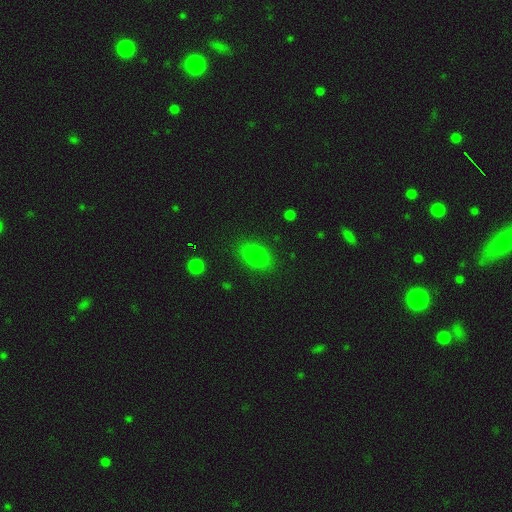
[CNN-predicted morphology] smooth 81%, star or artifact 11%, featured or disk 8%. Down the decision tree: how rounded — in between (83%); merging — none (85%).